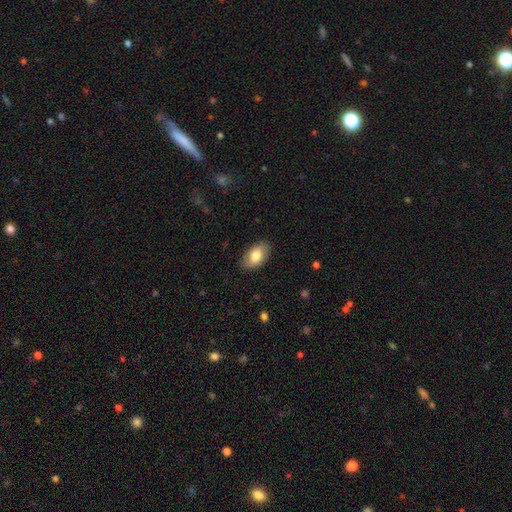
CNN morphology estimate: smooth_or_featured: smooth (p=0.77) [alt: featured or disk p=0.17]
how_rounded: in between (p=0.93) [alt: round p=0.05]
merging: none (p=0.86) [alt: minor disturbance p=0.11]